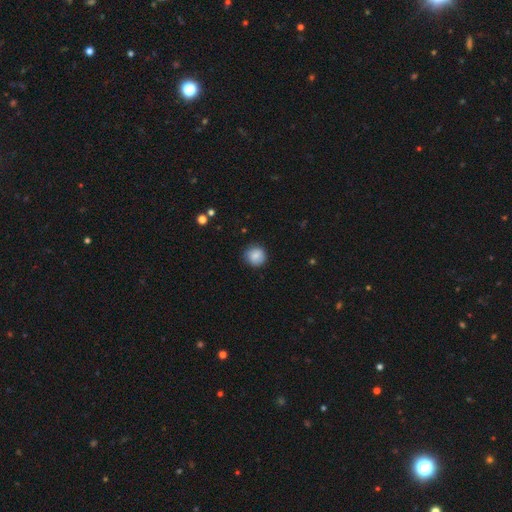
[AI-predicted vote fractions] Morphology: type=smooth (85%); roundness=round (92%); merging=none (85%).